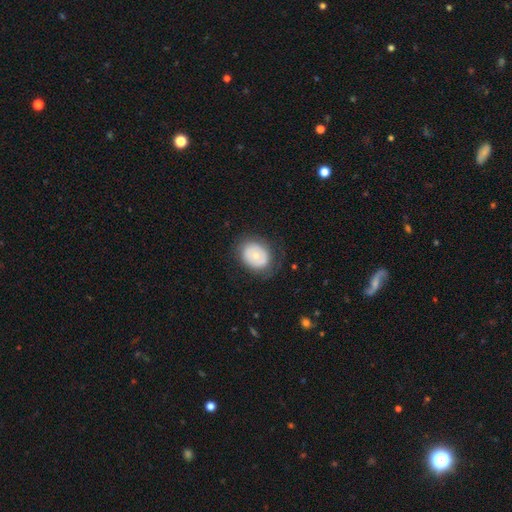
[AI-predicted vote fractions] Smooth or featured? smooth (59%)
How rounded? round (54%)
Merging? none (73%)